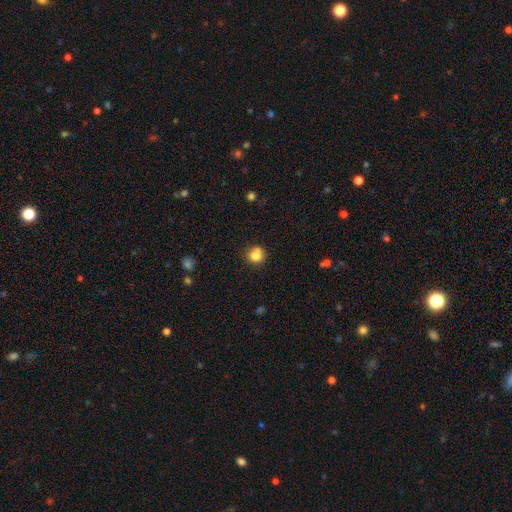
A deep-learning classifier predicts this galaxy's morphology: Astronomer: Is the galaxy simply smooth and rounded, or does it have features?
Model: smooth — 77%.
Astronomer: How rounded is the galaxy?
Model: round — 84%.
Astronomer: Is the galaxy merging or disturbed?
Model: none — 56%.